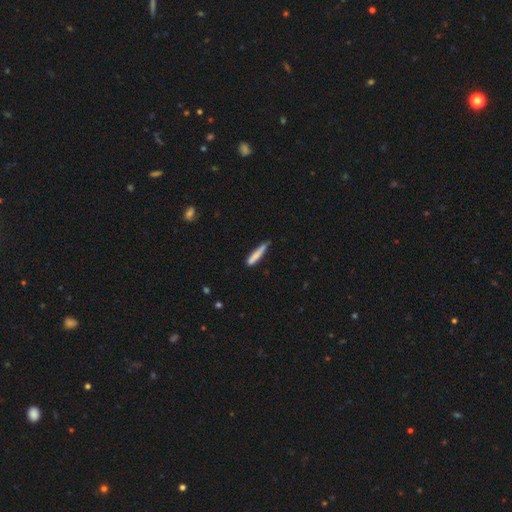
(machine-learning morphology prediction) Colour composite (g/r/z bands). It shows a smooth galaxy with no disk features (79%) that is cigar-shaped (93%). Merging: none (71%).